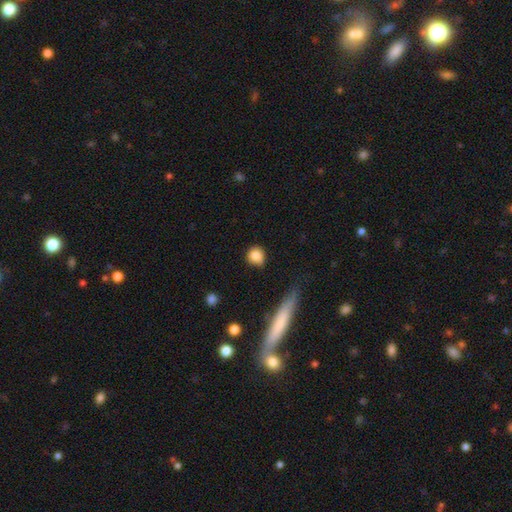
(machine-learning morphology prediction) Overall: smooth (84%). How rounded: round (82%). Merging: none (71%).